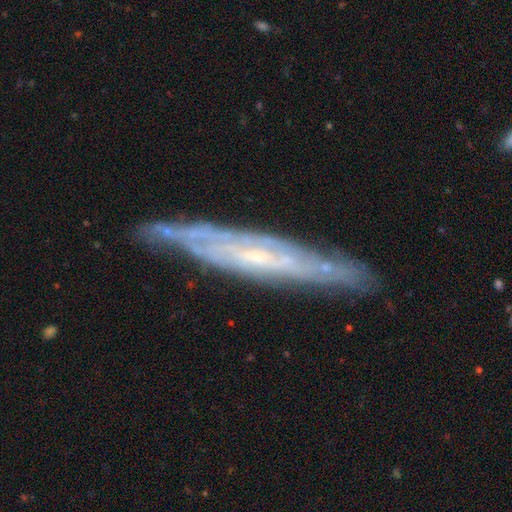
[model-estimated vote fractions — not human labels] This appears to be a featured or disk galaxy (81%) viewed edge-on (61%). Merging: none (77%).